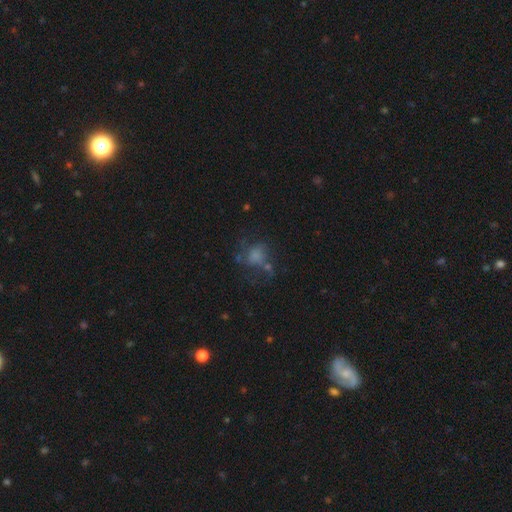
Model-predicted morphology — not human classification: Q: Smooth or featured?
A: smooth (41%); runner-up: featured or disk (35%)
Q: Merging?
A: none (49%); runner-up: major disturbance (25%)